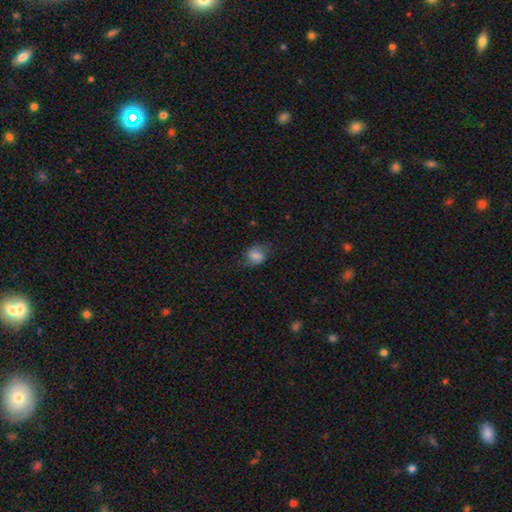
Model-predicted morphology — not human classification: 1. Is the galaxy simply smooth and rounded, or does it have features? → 70% smooth, 21% featured or disk, 9% star or artifact.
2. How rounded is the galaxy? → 66% in between, 32% round, 2% cigar-shaped.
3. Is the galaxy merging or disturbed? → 59% none, 26% minor disturbance, 13% major disturbance, 1% merger.